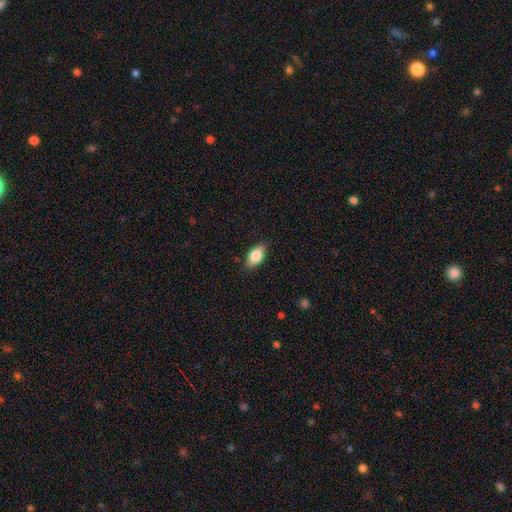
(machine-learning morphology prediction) smooth_or_featured: smooth (p=0.80) [alt: featured or disk p=0.13]
how_rounded: in between (p=0.89) [alt: cigar-shaped p=0.06]
merging: none (p=0.84) [alt: minor disturbance p=0.13]